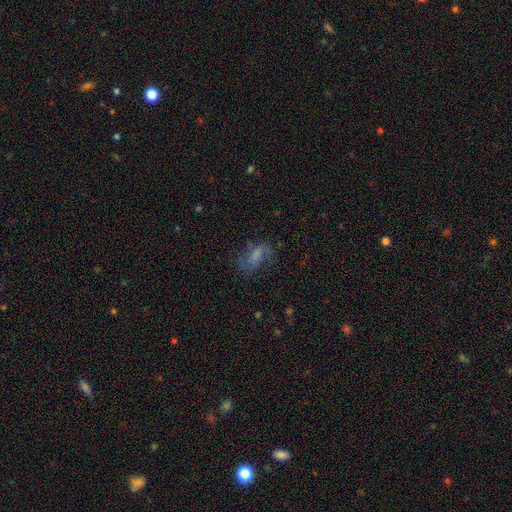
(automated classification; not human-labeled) featured or disk 45%, smooth 42%, star or artifact 13%. Down the decision tree: merging — none (56%).